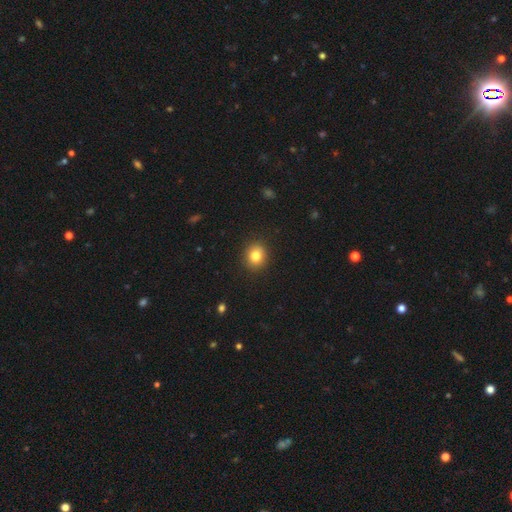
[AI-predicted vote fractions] Morphology: type=smooth (83%); roundness=round (79%); merging=none (91%).